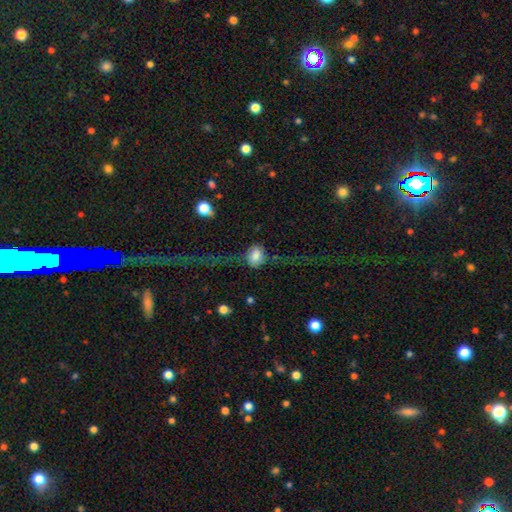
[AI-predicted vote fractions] Smooth or featured? Predicted: smooth (p=0.65). How rounded? Predicted: in between (p=0.60). Merging? Predicted: none (p=0.47).